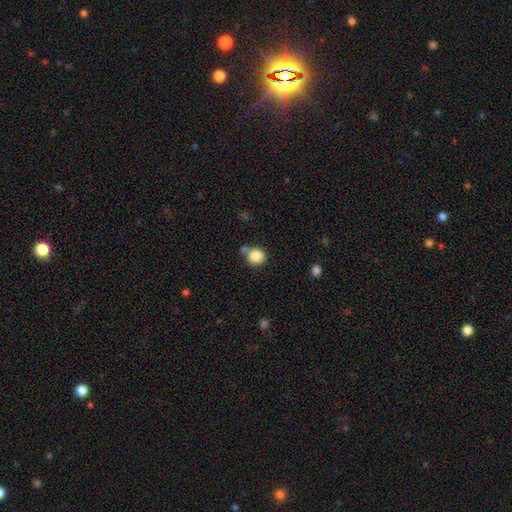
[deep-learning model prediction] Smooth or featured? Predicted: smooth (p=0.85). How rounded? Predicted: round (p=0.83). Merging? Predicted: none (p=0.60).